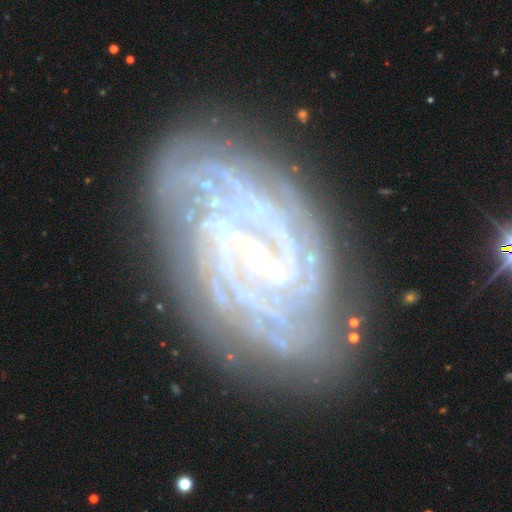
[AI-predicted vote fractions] featured or disk 88%, star or artifact 7%, smooth 6%. Down the decision tree: edge-on disk — no (96%); bar — weak (41%); spiral arms — yes (97%); spiral arm count — can't tell (27%); spiral winding — tight (75%); bulge size — small (77%); merging — none (78%).